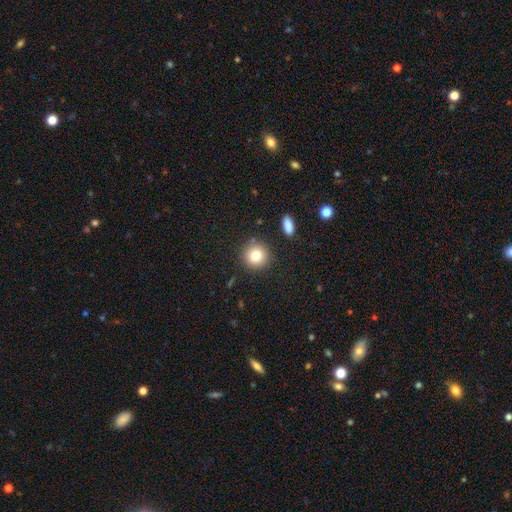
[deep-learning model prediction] Morphology: type=smooth (79%); roundness=round (93%); merging=none (87%).